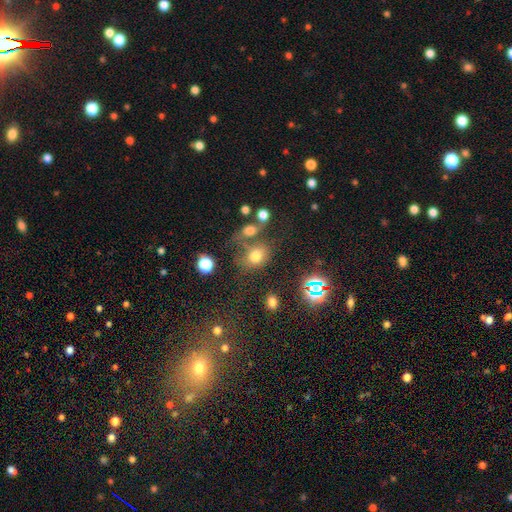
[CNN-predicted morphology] Smooth or featured? Predicted: smooth (p=0.70). How rounded? Predicted: in between (p=0.57). Merging? Predicted: none (p=0.45).